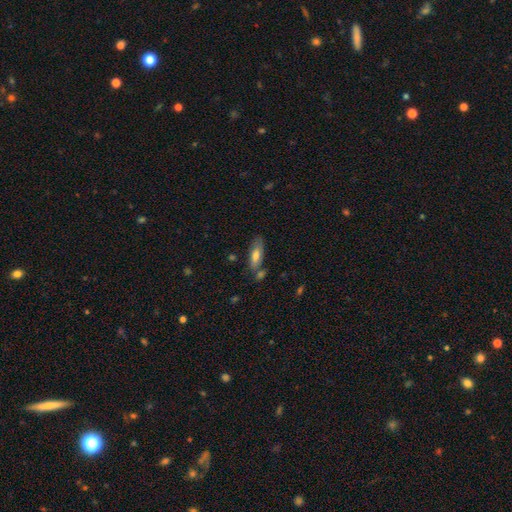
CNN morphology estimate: Smooth or featured? smooth (69%)
How rounded? in between (63%)
Merging? none (62%)